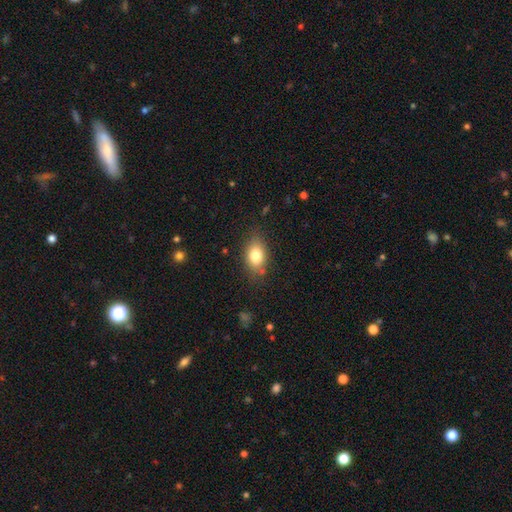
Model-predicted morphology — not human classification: A smooth galaxy with no disk features (79%) that is in between round and cigar-shaped (81%).

Vote fractions:
- Smooth or featured? smooth: 79% / featured or disk: 12% / star or artifact: 9%
- How rounded? in between: 81% / round: 17% / cigar-shaped: 3%
- Merging? none: 78% / minor disturbance: 16% / major disturbance: 4% / merger: 2%